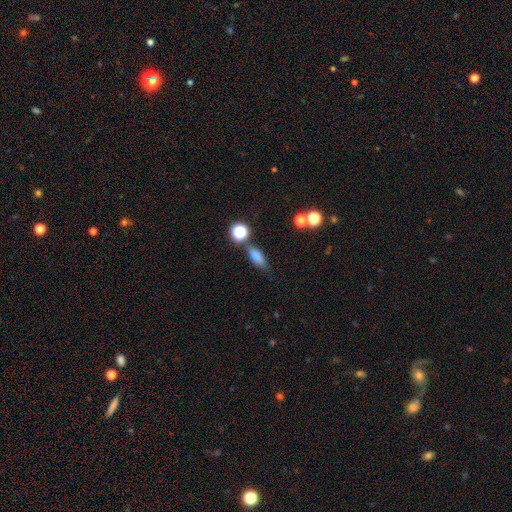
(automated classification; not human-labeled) This is likely a smooth galaxy (69%). How rounded: possibly in between (59%). Merging: likely none (67%).